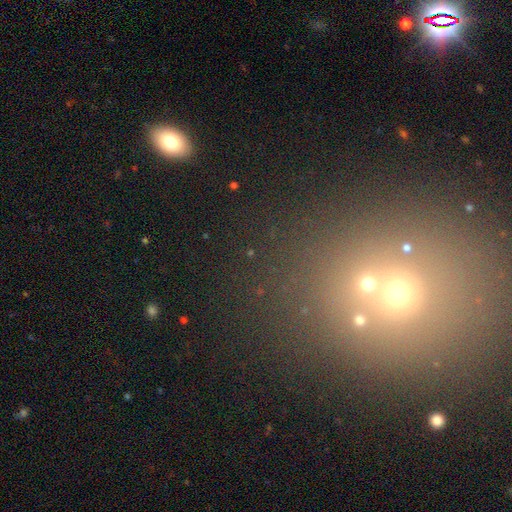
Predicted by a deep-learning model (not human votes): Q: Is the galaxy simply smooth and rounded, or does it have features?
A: smooth — 43%, tied with star or artifact.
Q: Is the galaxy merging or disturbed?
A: none — 70%.